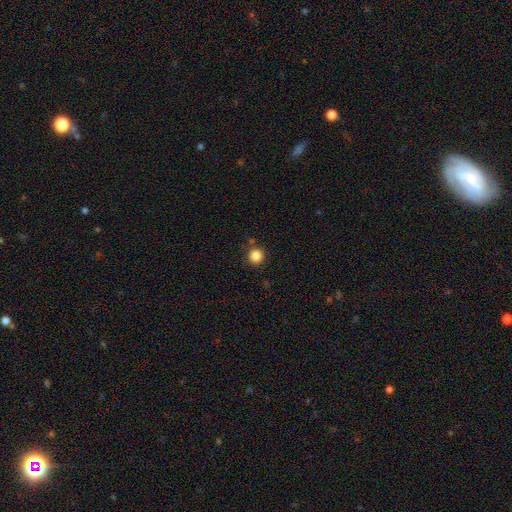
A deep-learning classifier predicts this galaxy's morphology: Smooth or featured? Predicted: smooth (p=0.85). How rounded? Predicted: round (p=0.95). Merging? Predicted: none (p=0.86).